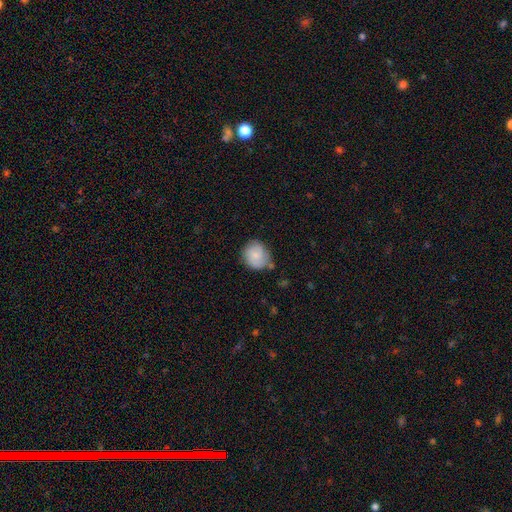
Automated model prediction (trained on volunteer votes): Q: Smooth or featured?
A: smooth (77%); runner-up: featured or disk (16%)
Q: How rounded?
A: round (77%); runner-up: in between (22%)
Q: Merging?
A: none (65%); runner-up: minor disturbance (25%)